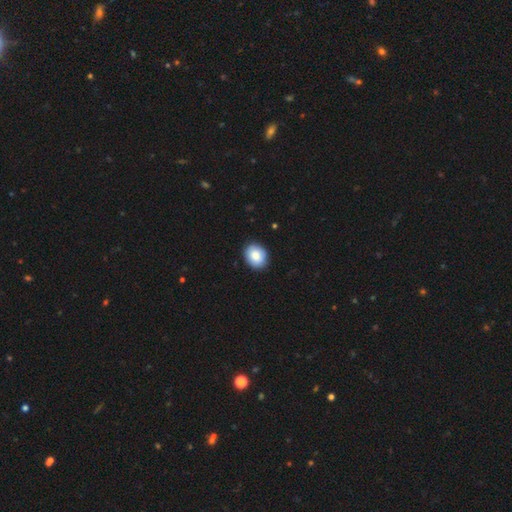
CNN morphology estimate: Overall: smooth (86%). How rounded: in between (50%; round 49%). Merging: none (89%).